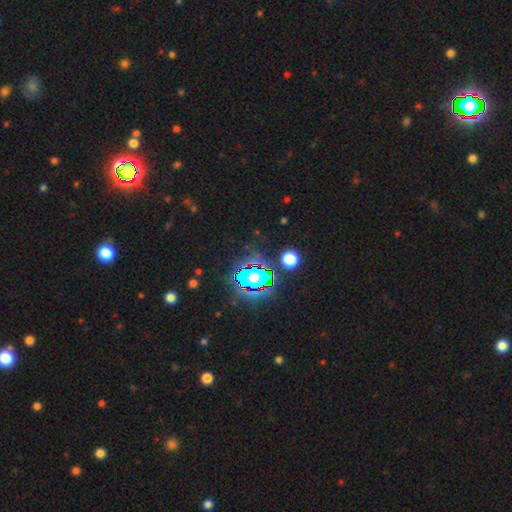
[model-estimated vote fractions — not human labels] smooth_or_featured: star or artifact (p=0.82) [alt: smooth p=0.11]